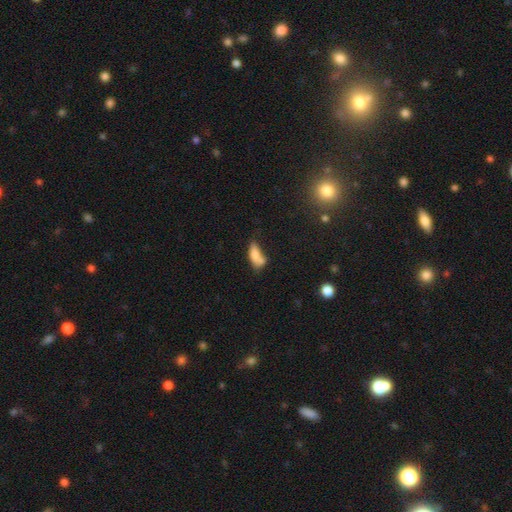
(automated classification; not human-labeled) Smooth or featured: smooth — 73% (featured or disk — 18%)
How rounded: in between — 77% (cigar-shaped — 19%)
Merging: merger — 37% (none — 28%)